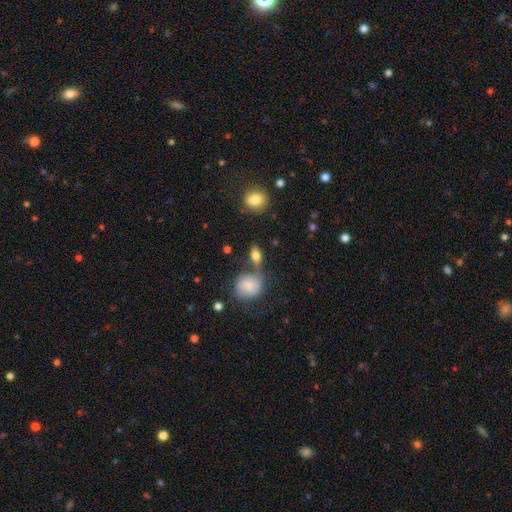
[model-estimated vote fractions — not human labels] A smooth galaxy with no disk features (70%) that is in between round and cigar-shaped (73%).

Vote fractions:
- Smooth or featured? smooth: 70% / featured or disk: 19% / star or artifact: 11%
- How rounded? in between: 73% / round: 19% / cigar-shaped: 8%
- Merging? none: 48% / merger: 27% / minor disturbance: 15% / major disturbance: 9%